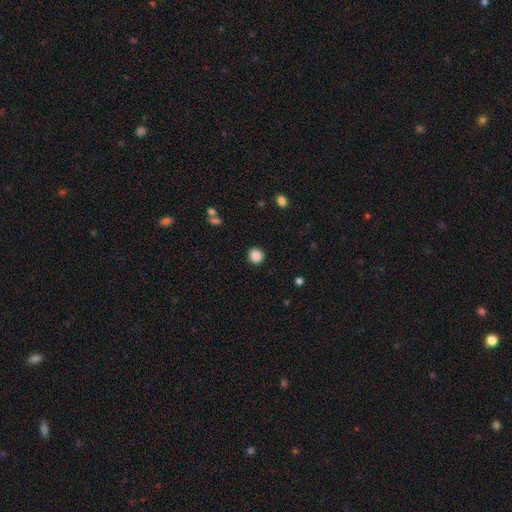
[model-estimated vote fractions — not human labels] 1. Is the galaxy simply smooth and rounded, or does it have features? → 88% smooth, 10% star or artifact, 3% featured or disk.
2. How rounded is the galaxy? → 91% round, 9% in between, 1% cigar-shaped.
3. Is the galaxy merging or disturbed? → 91% none, 6% minor disturbance, 2% major disturbance, 1% merger.